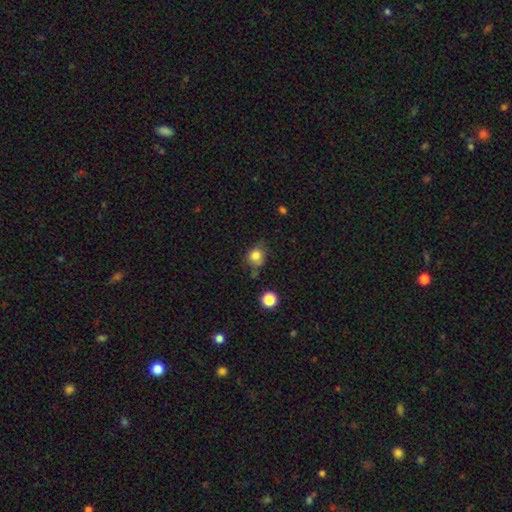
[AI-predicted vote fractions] Morphology: type=smooth (80%); roundness=round (74%); merging=none (61%).